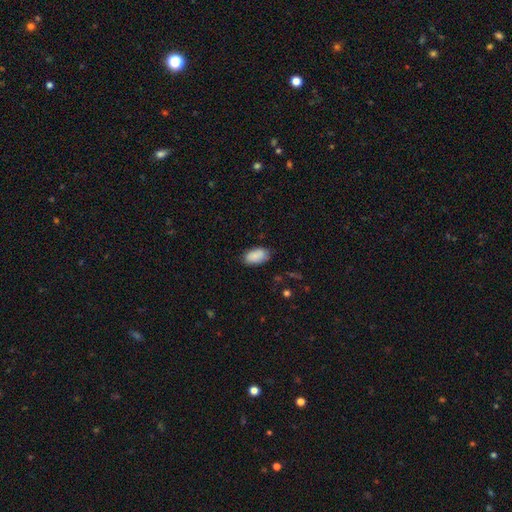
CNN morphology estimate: Q: Smooth or featured?
A: smooth (87%); runner-up: star or artifact (7%)
Q: How rounded?
A: in between (94%); runner-up: round (4%)
Q: Merging?
A: none (78%); runner-up: minor disturbance (17%)